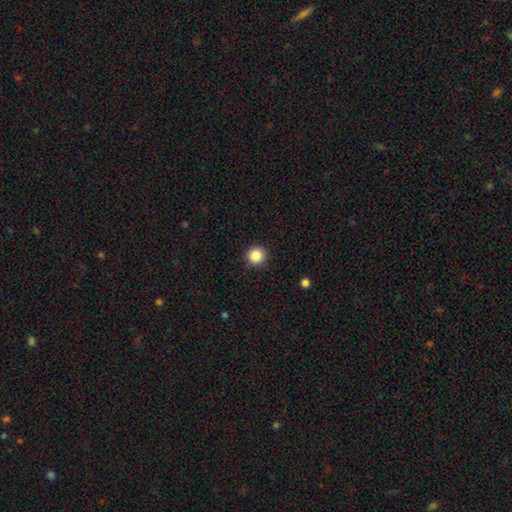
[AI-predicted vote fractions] Q: Smooth or featured?
A: smooth (87%); runner-up: star or artifact (10%)
Q: How rounded?
A: round (95%); runner-up: in between (4%)
Q: Merging?
A: none (90%); runner-up: minor disturbance (7%)